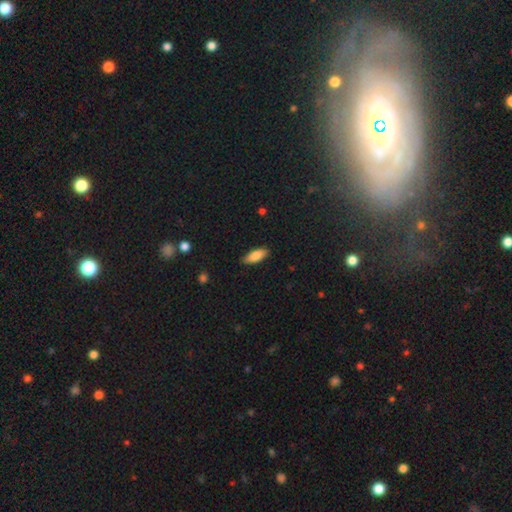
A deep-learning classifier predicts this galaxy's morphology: Smooth or featured: smooth — 85% (featured or disk — 9%)
How rounded: in between — 73% (cigar-shaped — 25%)
Merging: none — 86% (minor disturbance — 11%)